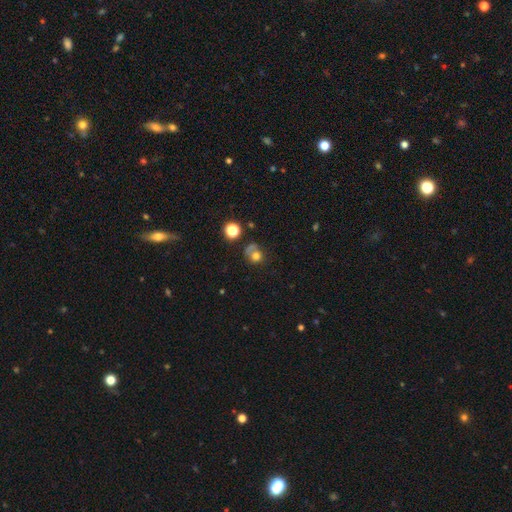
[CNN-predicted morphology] Q: Smooth or featured?
A: smooth (67%); runner-up: featured or disk (19%)
Q: How rounded?
A: round (74%); runner-up: in between (25%)
Q: Merging?
A: none (42%); runner-up: major disturbance (24%)